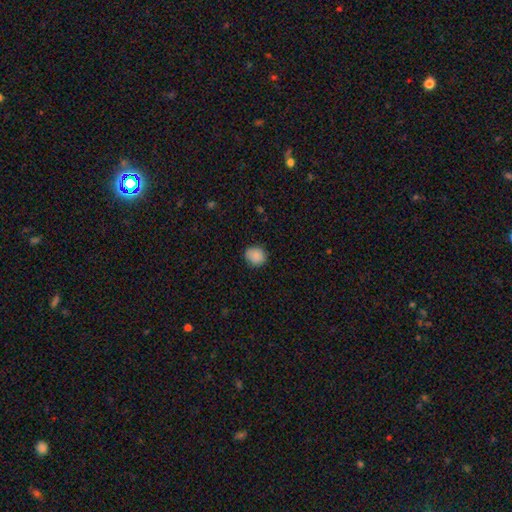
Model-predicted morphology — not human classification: This appears to be a smooth galaxy with no disk features (87%) that is round (74%). Merging: none (85%).